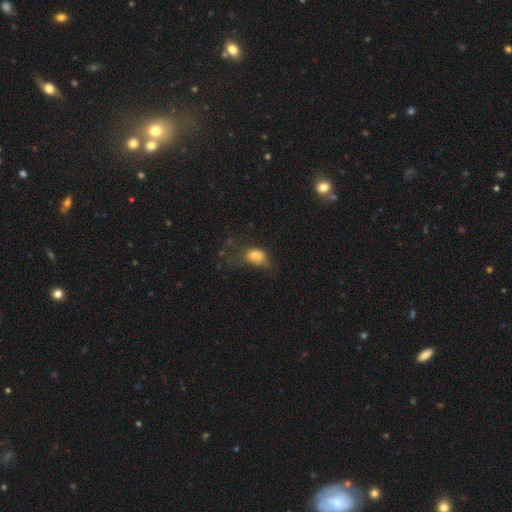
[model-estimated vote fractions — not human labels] smooth 73%, featured or disk 15%, star or artifact 12%. Down the decision tree: how rounded — in between (71%); merging — major disturbance (40%).